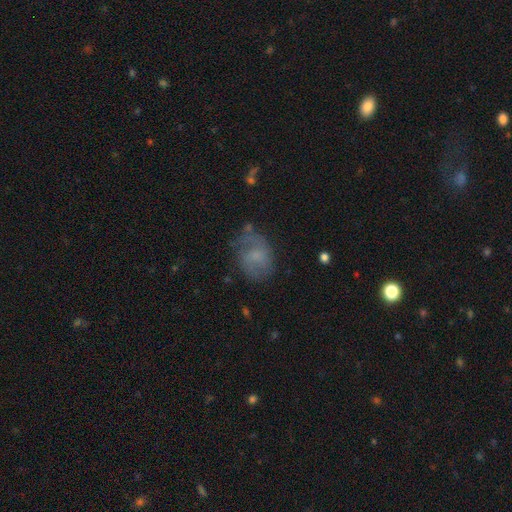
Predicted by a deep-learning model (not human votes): Q: Smooth or featured?
A: featured or disk (49%); runner-up: smooth (40%)
Q: Merging?
A: none (55%); runner-up: minor disturbance (26%)